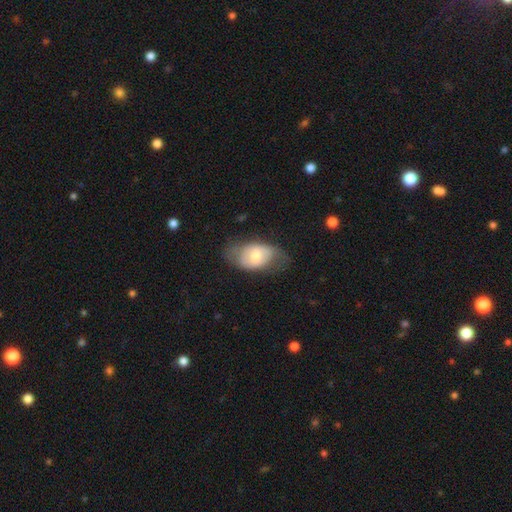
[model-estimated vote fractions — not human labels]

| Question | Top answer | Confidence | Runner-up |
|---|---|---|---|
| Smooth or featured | smooth | 57% | featured or disk (36%) |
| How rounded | in between | 87% | round (11%) |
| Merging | none | 54% | minor disturbance (29%) |